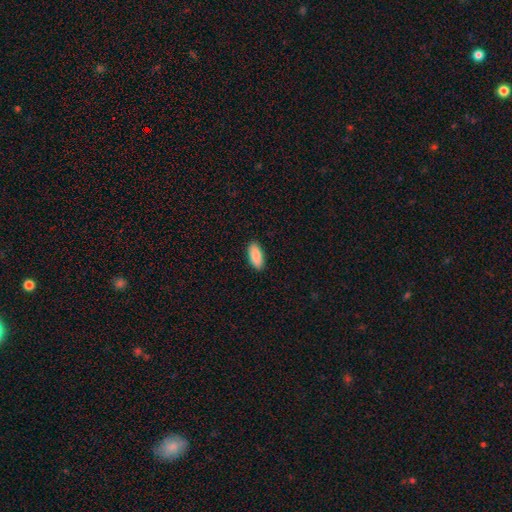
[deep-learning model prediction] Smooth or featured?
  - smooth: 90% *
  - star or artifact: 6%
  - featured or disk: 5%
How rounded?
  - in between: 86% *
  - cigar-shaped: 12%
  - round: 2%
Merging?
  - none: 90% *
  - minor disturbance: 7%
  - major disturbance: 2%
  - merger: 1%